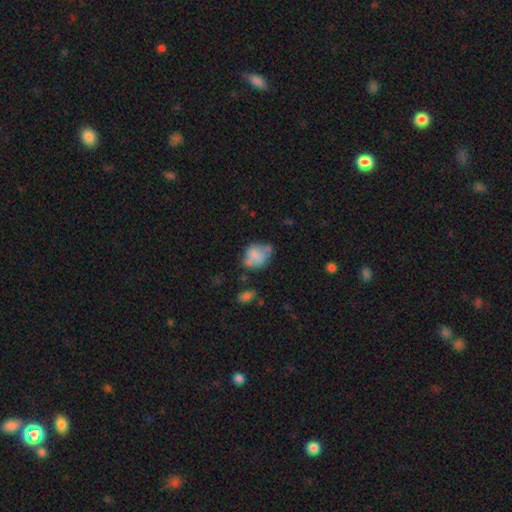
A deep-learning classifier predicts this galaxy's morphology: Overall: smooth (68%). How rounded: in between (52%; round 47%). Merging: none (39%; minor disturbance 28%).